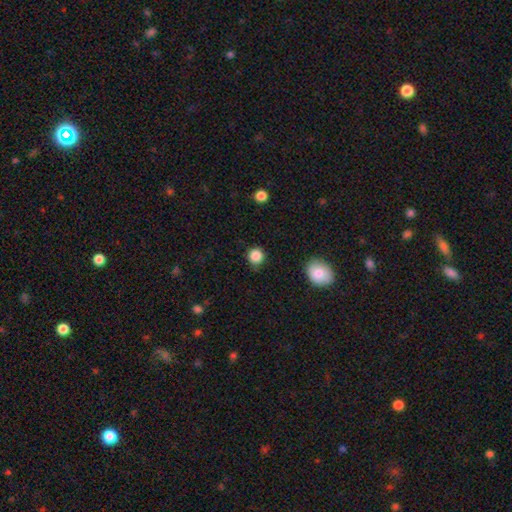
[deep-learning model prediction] The model was most divided on "merging": none: 83%, minor disturbance: 13%, major disturbance: 3%, merger: 2%. More confident: how rounded — round (91%); smooth or featured — smooth (86%).